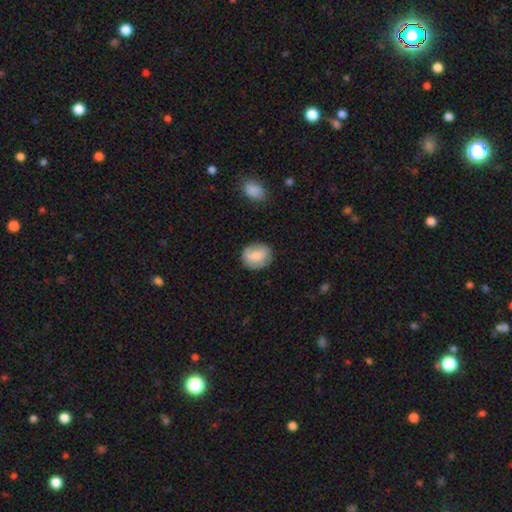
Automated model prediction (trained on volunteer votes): smooth-or-featured: smooth: 77% | featured or disk: 16% | star or artifact: 7%
  how-rounded: round: 65% | in between: 34% | cigar-shaped: 1%
  merging: none: 80% | minor disturbance: 15% | major disturbance: 4% | merger: 2%